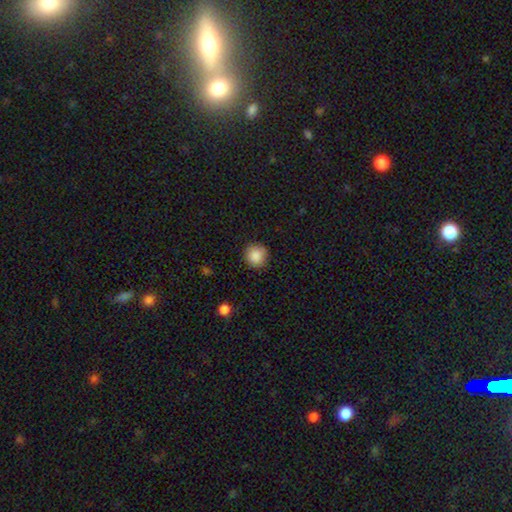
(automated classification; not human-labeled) smooth-or-featured: smooth: 87% | star or artifact: 9% | featured or disk: 4%
  how-rounded: round: 92% | in between: 7% | cigar-shaped: 1%
  merging: none: 87% | minor disturbance: 9% | major disturbance: 2% | merger: 1%